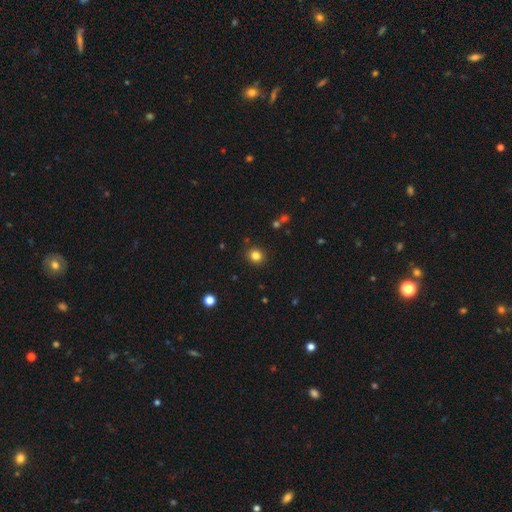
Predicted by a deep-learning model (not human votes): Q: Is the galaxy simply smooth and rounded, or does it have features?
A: smooth — 82%.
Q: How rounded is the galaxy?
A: round — 86%.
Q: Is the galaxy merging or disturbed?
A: none — 90%.